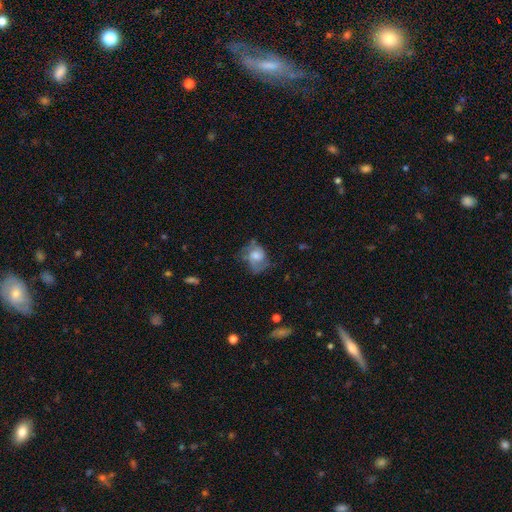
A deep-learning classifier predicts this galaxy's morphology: Smooth or featured?
  - featured or disk: 53% *
  - smooth: 38%
  - star or artifact: 9%
Edge-on disk?
  - no: 97% *
  - yes: 3%
Bar?
  - no: 70% *
  - weak: 25%
  - strong: 4%
Spiral arms?
  - yes: 76% *
  - no: 24%
Bulge size?
  - moderate: 52% *
  - small: 24%
  - large: 16%
  - none: 6%
  - dominant: 2%
Merging?
  - none: 46% *
  - minor disturbance: 28%
  - major disturbance: 24%
  - merger: 2%